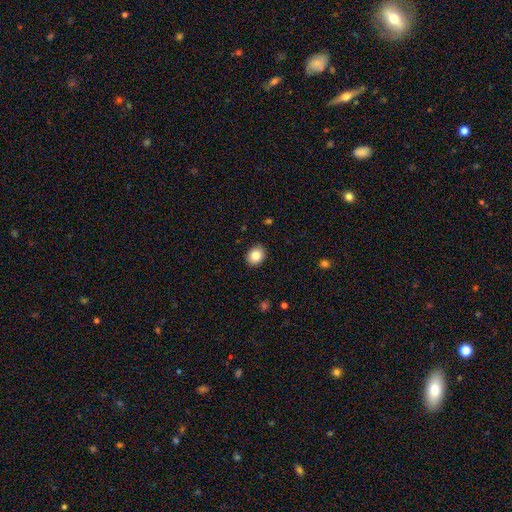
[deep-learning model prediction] Smooth or featured? smooth (83%)
How rounded? round (59%)
Merging? none (89%)